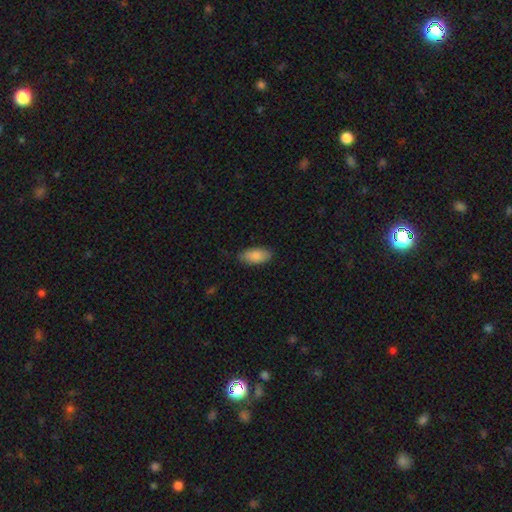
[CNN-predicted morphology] This appears to be a smooth galaxy with no disk features (88%) that is in between round and cigar-shaped (91%). Merging: none (83%).